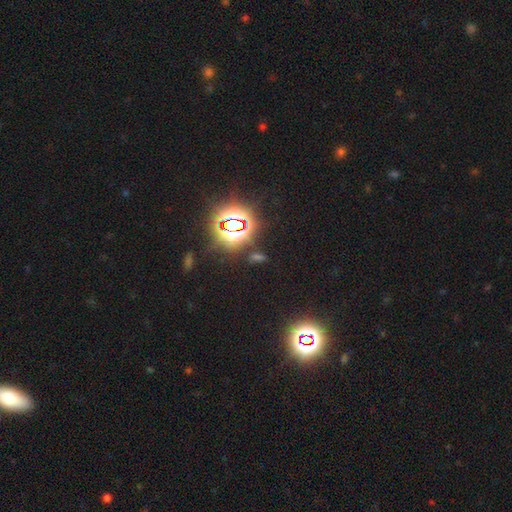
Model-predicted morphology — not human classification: Smooth or featured: star or artifact — 77% (smooth — 15%)